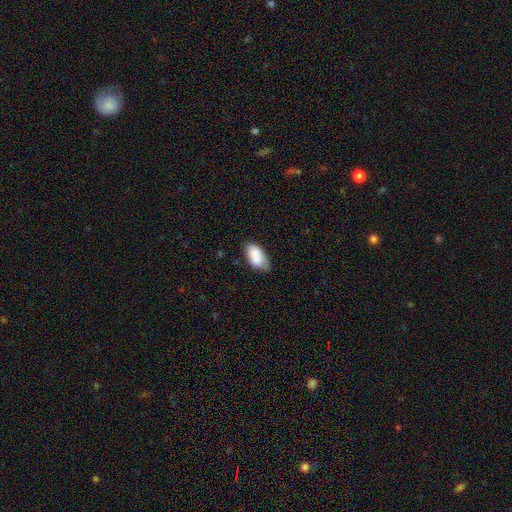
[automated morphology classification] Overall: smooth (81%). How rounded: in between (94%). Merging: none (61%; minor disturbance 29%).